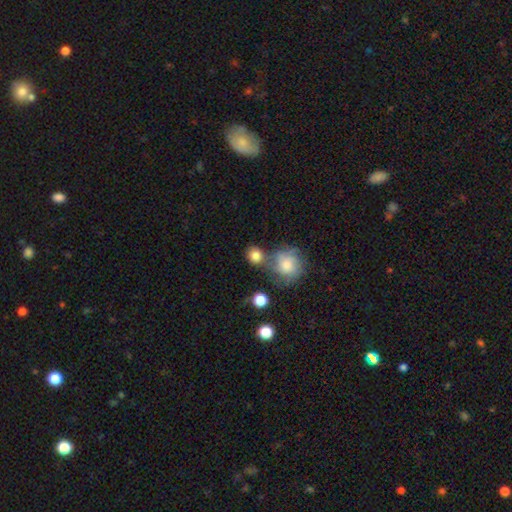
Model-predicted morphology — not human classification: Smooth or featured? Predicted: smooth (p=0.82). How rounded? Predicted: round (p=0.77). Merging? Predicted: none (p=0.55).